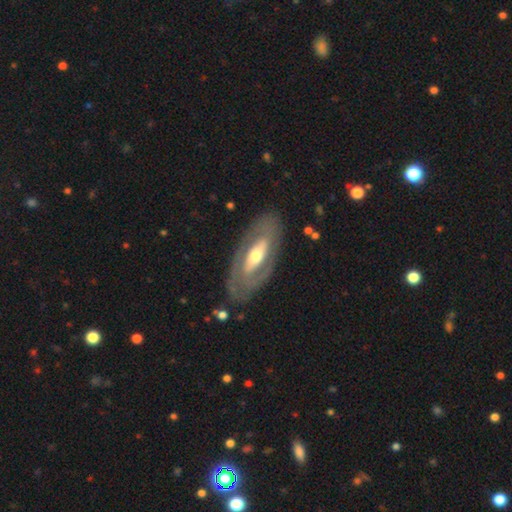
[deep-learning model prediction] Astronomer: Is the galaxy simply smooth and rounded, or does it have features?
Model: featured or disk — 71%.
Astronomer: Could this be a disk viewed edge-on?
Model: no — 86%.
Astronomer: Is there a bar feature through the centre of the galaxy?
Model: no — 47% (runner-up: strong, 29%).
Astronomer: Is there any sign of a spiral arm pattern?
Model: no — 57% (runner-up: yes, 43%).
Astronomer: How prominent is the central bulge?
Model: moderate — 64%.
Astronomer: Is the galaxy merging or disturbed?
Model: none — 80%.